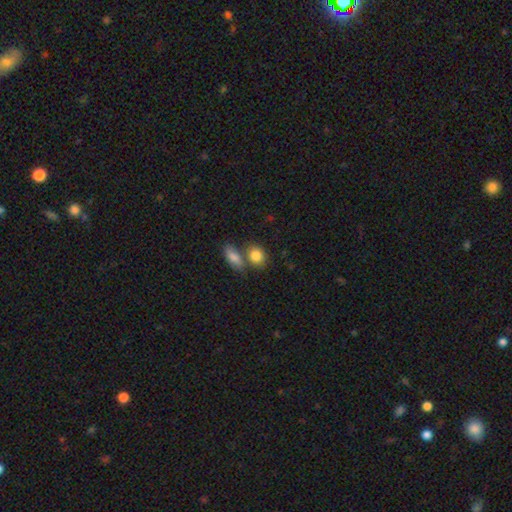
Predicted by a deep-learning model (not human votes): A smooth galaxy with no disk features (84%) that is in between round and cigar-shaped (53%). Merging: none (51%).